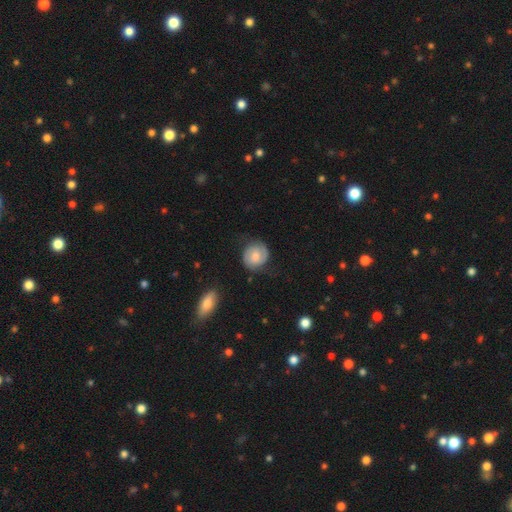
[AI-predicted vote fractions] smooth_or_featured: featured or disk (p=0.50) [alt: smooth p=0.43]
disk_edge_on: no (p=0.97) [alt: yes p=0.03]
merging: none (p=0.70) [alt: minor disturbance p=0.21]